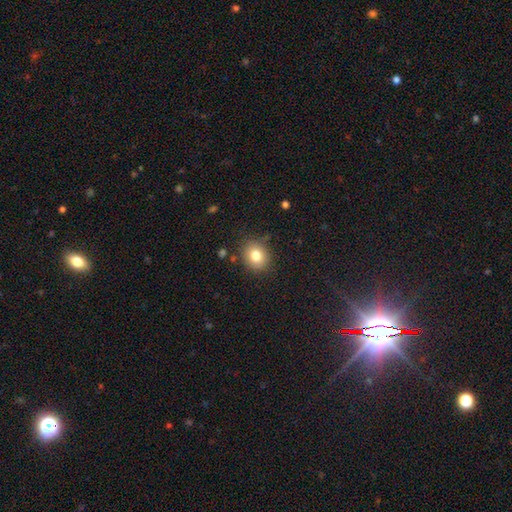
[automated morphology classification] A smooth galaxy with no disk features (80%) that is round (69%). Merging: none (84%).